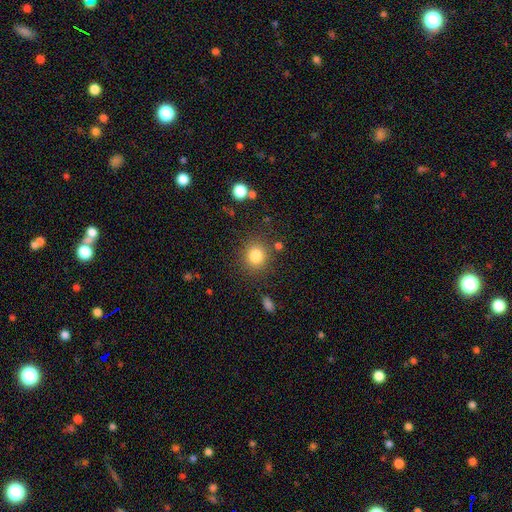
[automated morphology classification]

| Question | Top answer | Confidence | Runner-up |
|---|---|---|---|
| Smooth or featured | smooth | 82% | star or artifact (12%) |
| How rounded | round | 85% | in between (14%) |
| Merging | none | 84% | minor disturbance (9%) |